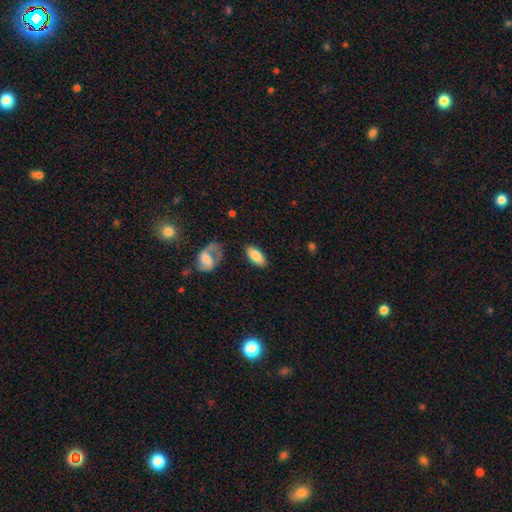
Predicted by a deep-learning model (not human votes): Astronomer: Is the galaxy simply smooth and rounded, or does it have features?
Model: smooth — 80%.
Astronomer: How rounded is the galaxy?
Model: in between — 87%.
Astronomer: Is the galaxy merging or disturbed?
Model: none — 80%.